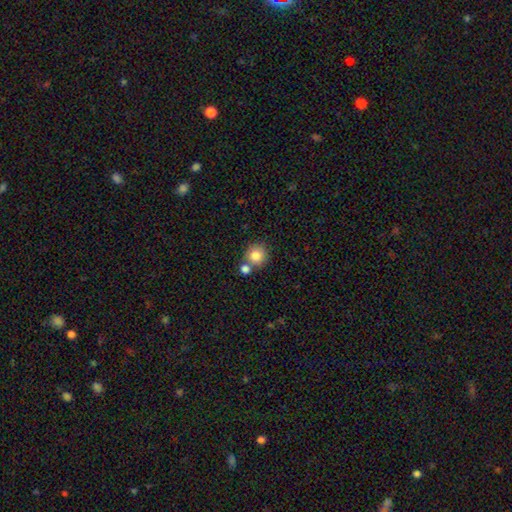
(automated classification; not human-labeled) Q: Smooth or featured?
A: smooth (82%); runner-up: star or artifact (10%)
Q: How rounded?
A: round (90%); runner-up: in between (9%)
Q: Merging?
A: none (60%); runner-up: merger (27%)